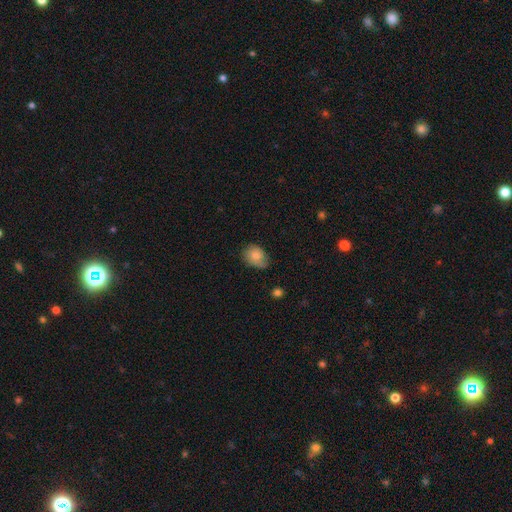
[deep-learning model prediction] Smooth or featured: smooth — 75% (featured or disk — 17%)
How rounded: in between — 63% (round — 36%)
Merging: none — 51% (minor disturbance — 38%)